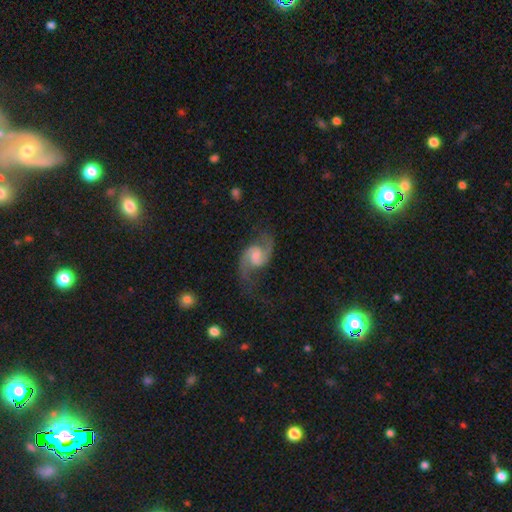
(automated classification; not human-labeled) Smooth or featured? featured or disk (90%)
Edge-on disk? no (98%)
Bar? weak (50%)
Spiral arms? yes (98%)
Spiral winding? loose (48%)
Spiral arm count? 2 (93%)
Bulge size? moderate (42%)
Merging? none (70%)